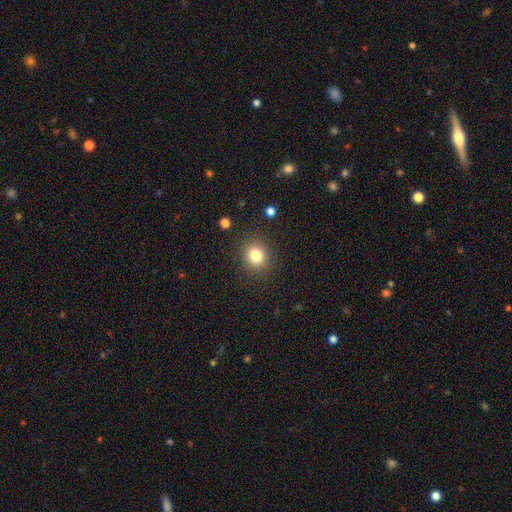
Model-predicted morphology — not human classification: Q: Smooth or featured?
A: smooth (81%); runner-up: star or artifact (12%)
Q: How rounded?
A: round (81%); runner-up: in between (18%)
Q: Merging?
A: none (88%); runner-up: minor disturbance (8%)